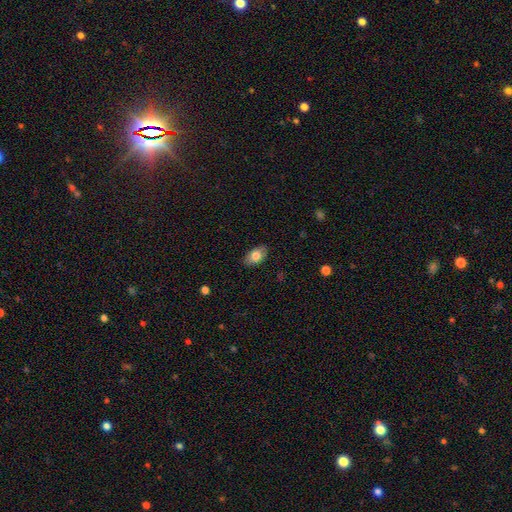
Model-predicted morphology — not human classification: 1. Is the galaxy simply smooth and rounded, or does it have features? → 80% smooth, 13% featured or disk, 7% star or artifact.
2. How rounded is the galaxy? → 92% in between, 6% round, 2% cigar-shaped.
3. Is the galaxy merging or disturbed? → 86% none, 11% minor disturbance, 2% major disturbance, 1% merger.